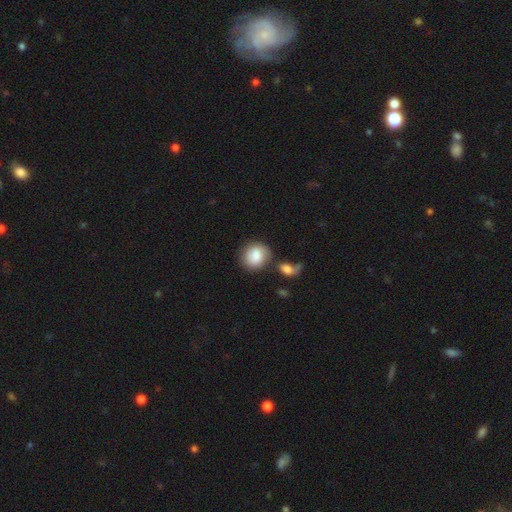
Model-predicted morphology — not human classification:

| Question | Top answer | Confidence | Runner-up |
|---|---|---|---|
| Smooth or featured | smooth | 81% | featured or disk (12%) |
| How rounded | round | 78% | in between (21%) |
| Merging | none | 58% | merger (20%) |